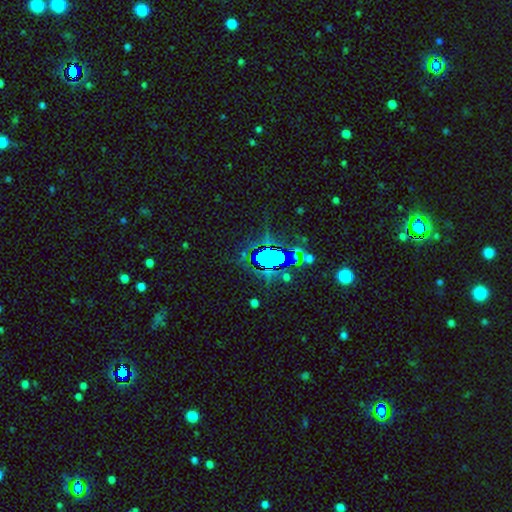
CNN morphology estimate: This appears to be a star or artifact, not a galaxy (67%).